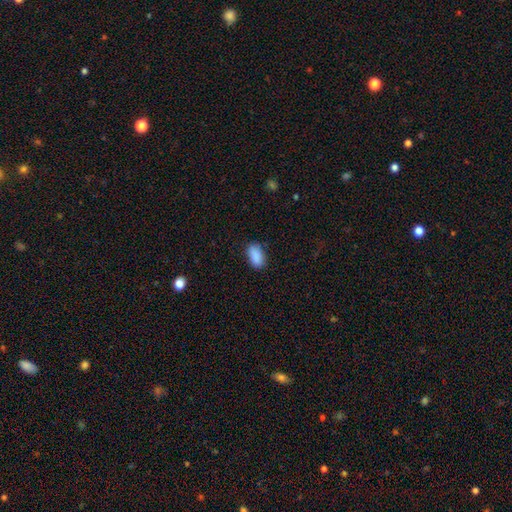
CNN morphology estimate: smooth 89%, star or artifact 7%, featured or disk 3%. Down the decision tree: how rounded — in between (92%); merging — none (82%).